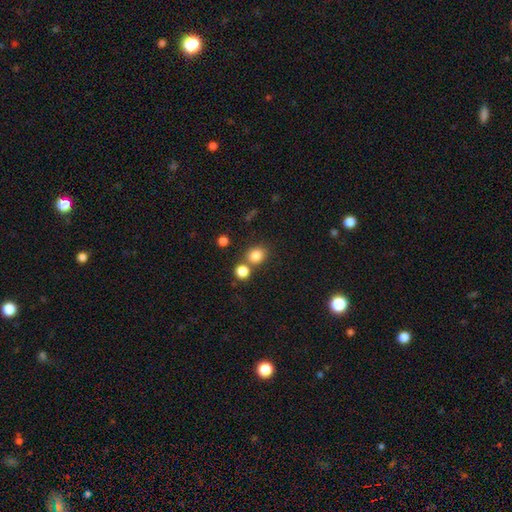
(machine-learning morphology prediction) The model was most divided on "how rounded": round: 69%, in between: 30%, cigar-shaped: 1%. More confident: smooth or featured — smooth (82%); merging — none (64%).